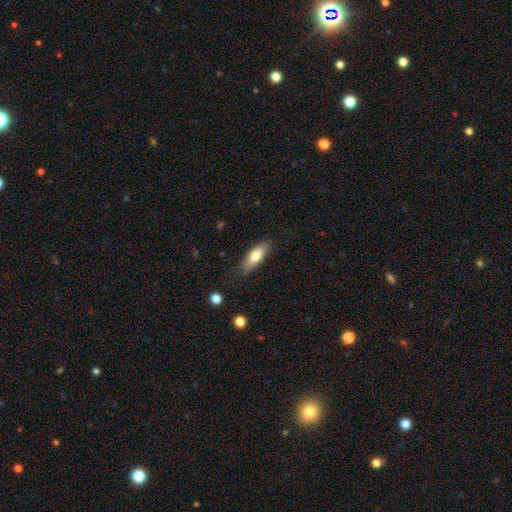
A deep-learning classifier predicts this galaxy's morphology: Smooth or featured? smooth (75%)
How rounded? in between (68%)
Merging? none (80%)